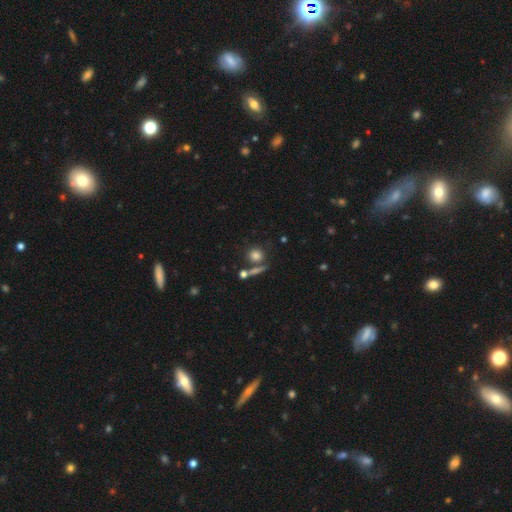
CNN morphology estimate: smooth 78%, star or artifact 12%, featured or disk 10%. Down the decision tree: how rounded — round (81%); merging — none (66%).